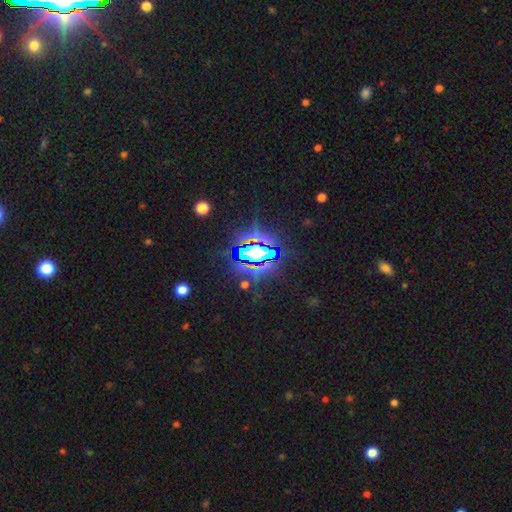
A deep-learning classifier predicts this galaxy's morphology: The model was most divided on "smooth or featured": star or artifact: 83%, smooth: 10%, featured or disk: 7%.